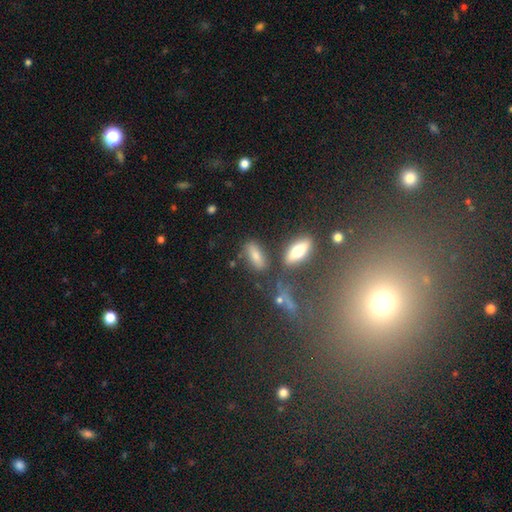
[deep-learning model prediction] Q: Smooth or featured?
A: smooth (72%); runner-up: featured or disk (17%)
Q: How rounded?
A: in between (68%); runner-up: cigar-shaped (26%)
Q: Merging?
A: none (72%); runner-up: minor disturbance (14%)